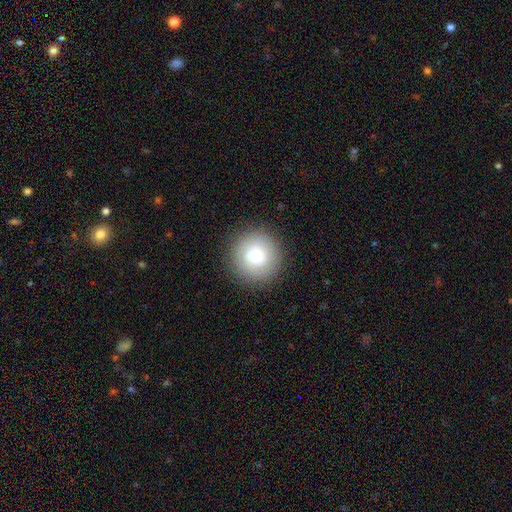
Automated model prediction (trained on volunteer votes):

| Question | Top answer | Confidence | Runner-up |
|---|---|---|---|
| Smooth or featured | smooth | 77% | featured or disk (14%) |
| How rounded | round | 95% | in between (4%) |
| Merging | none | 88% | minor disturbance (8%) |